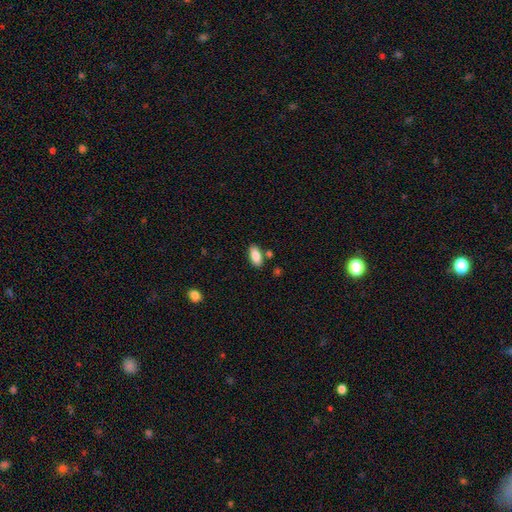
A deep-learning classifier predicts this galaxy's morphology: Q: Smooth or featured?
A: smooth (86%); runner-up: featured or disk (7%)
Q: How rounded?
A: in between (91%); runner-up: cigar-shaped (7%)
Q: Merging?
A: none (81%); runner-up: minor disturbance (11%)